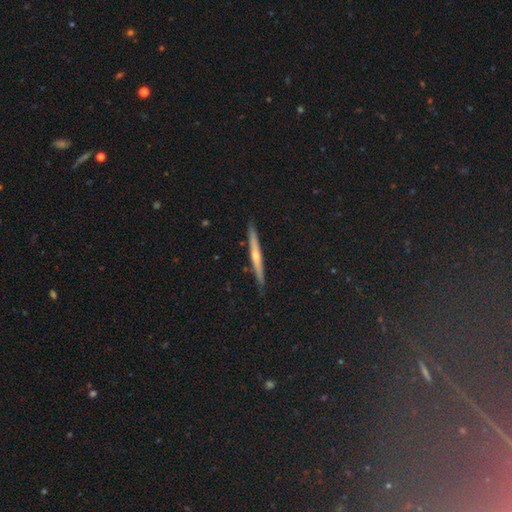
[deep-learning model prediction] featured or disk 67%, smooth 18%, star or artifact 15%. Down the decision tree: edge-on disk — yes (97%); edge-on bulge — rounded (78%); merging — none (91%).